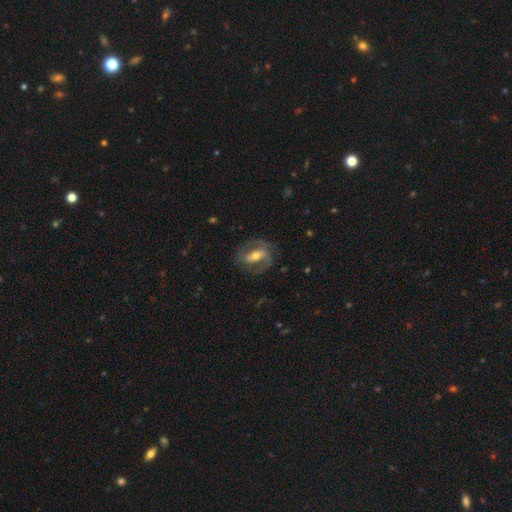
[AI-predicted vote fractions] Morphology: type=featured or disk (71%); edge-on=no (92%); bar=strong (49%); spiral arms=yes (74%); bulge=moderate (64%); merging=none (72%).